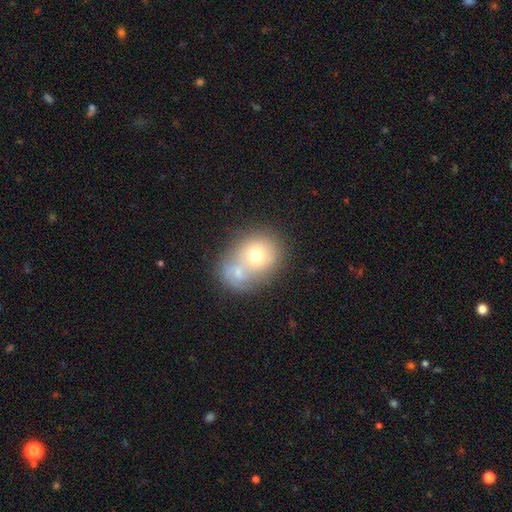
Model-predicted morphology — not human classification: This is likely a smooth galaxy (65%). How rounded: likely round (67%). Merging: possibly merger (56%).